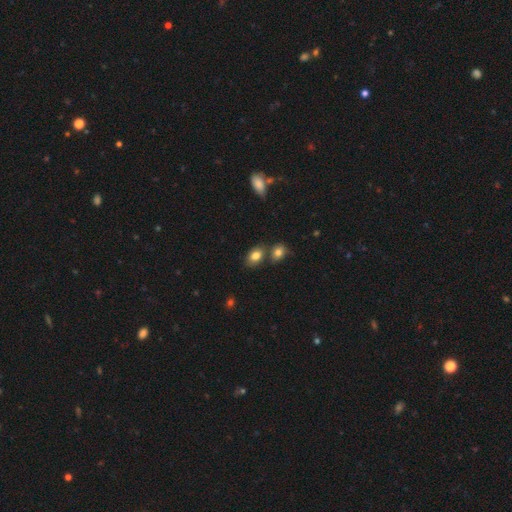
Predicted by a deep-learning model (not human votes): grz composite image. It shows a smooth galaxy with no disk features (82%) that is in between round and cigar-shaped (82%). Merging: none (61%).